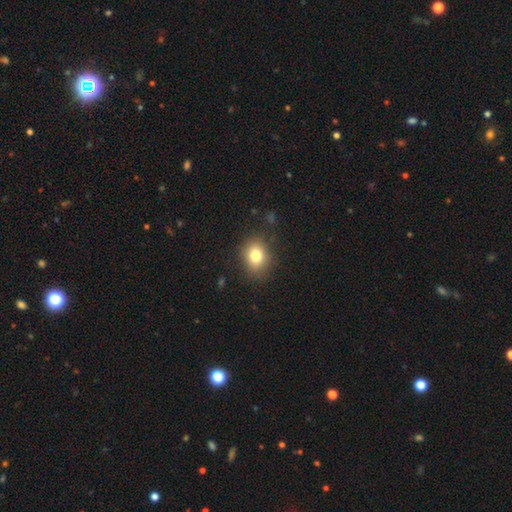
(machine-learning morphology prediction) The model was most divided on "how rounded": round: 56%, in between: 43%, cigar-shaped: 1%. More confident: merging — none (86%); smooth or featured — smooth (79%).